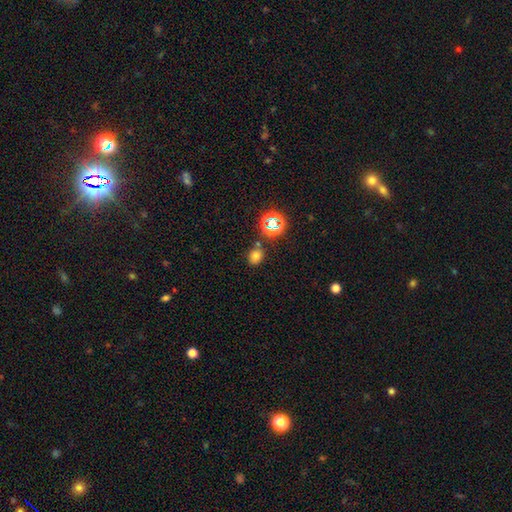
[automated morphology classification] smooth 70%, star or artifact 23%, featured or disk 7%. Down the decision tree: how rounded — round (59%); merging — none (77%).